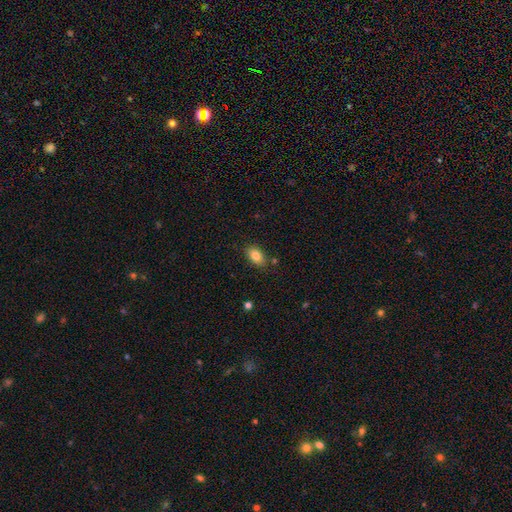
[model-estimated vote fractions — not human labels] This is clearly a smooth galaxy (83%). How rounded: clearly in between (88%). Merging: clearly none (82%).